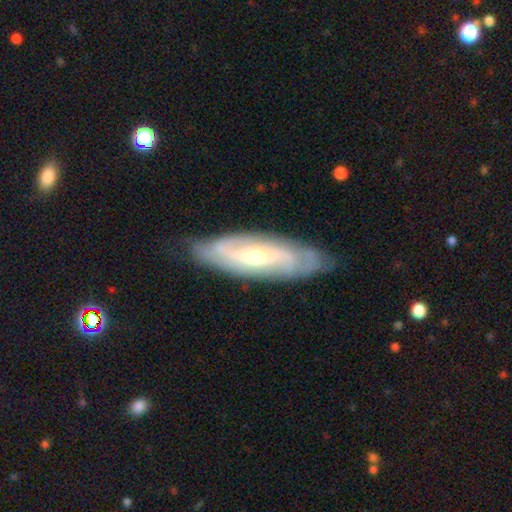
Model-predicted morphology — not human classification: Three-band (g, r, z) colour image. It shows a featured or disk galaxy (80%) with a weak bar (41%), 2 (58%) tight (44%) spiral arms (91%) and a moderate central bulge (53%). Merging: none (79%).